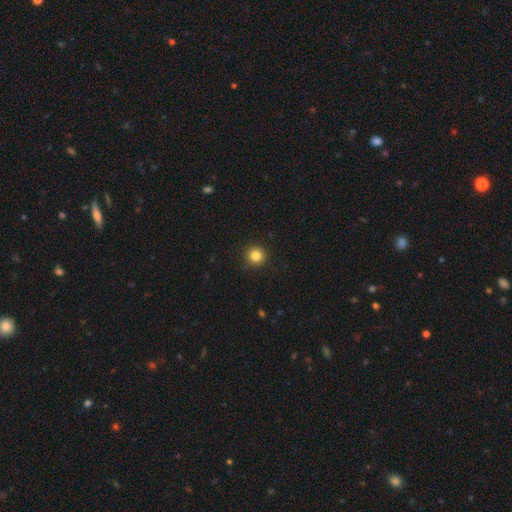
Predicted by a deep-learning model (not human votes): Smooth or featured?
  - smooth: 83% *
  - star or artifact: 12%
  - featured or disk: 5%
How rounded?
  - round: 95% *
  - in between: 4%
  - cigar-shaped: 1%
Merging?
  - none: 92% *
  - minor disturbance: 5%
  - major disturbance: 2%
  - merger: 1%